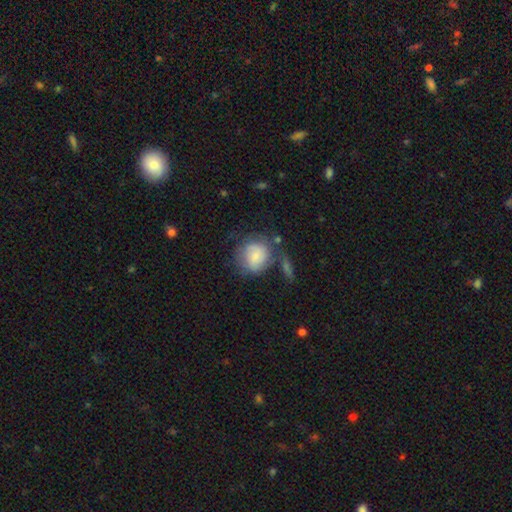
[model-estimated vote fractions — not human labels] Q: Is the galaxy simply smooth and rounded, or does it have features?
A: smooth — 67%.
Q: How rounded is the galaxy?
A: round — 78%.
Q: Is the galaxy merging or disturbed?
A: none — 48%.